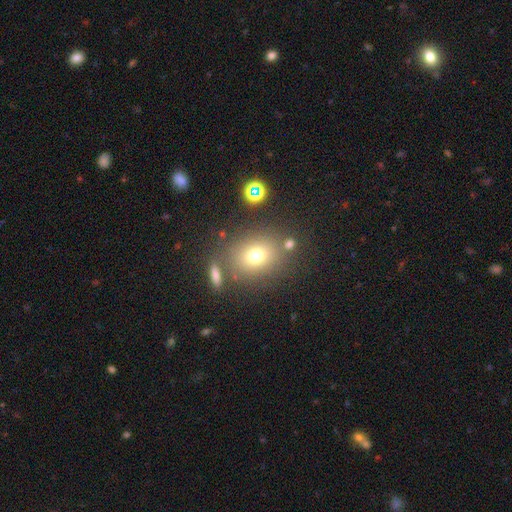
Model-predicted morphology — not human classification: Smooth or featured? smooth (71%)
How rounded? round (63%)
Merging? none (74%)